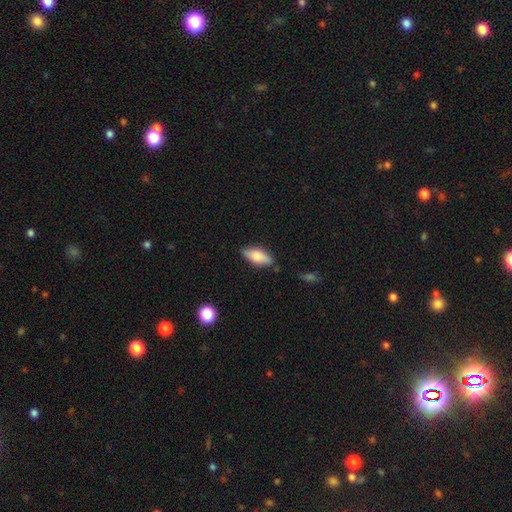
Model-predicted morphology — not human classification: Smooth or featured?
  - smooth: 73% *
  - featured or disk: 20%
  - star or artifact: 7%
How rounded?
  - in between: 79% *
  - cigar-shaped: 19%
  - round: 3%
Merging?
  - none: 78% *
  - minor disturbance: 16%
  - major disturbance: 3%
  - merger: 3%